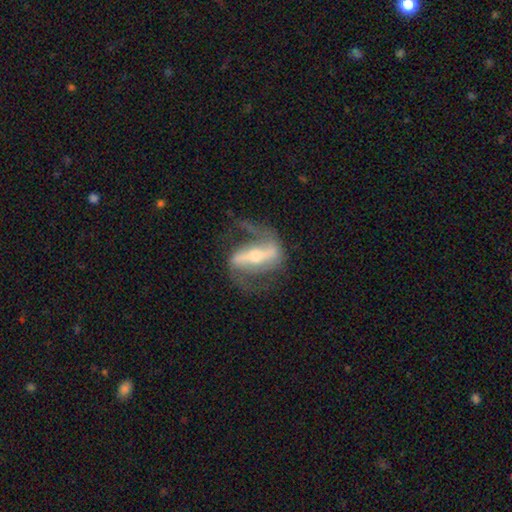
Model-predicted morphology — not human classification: Smooth or featured? Predicted: featured or disk (p=0.88). Edge-on disk? Predicted: no (p=0.90). Bar? Predicted: strong (p=0.73). Spiral arms? Predicted: yes (p=0.93). Spiral winding? Predicted: loose (p=0.44). Spiral arm count? Predicted: 2 (p=0.90). Bulge size? Predicted: moderate (p=0.48). Merging? Predicted: none (p=0.70).